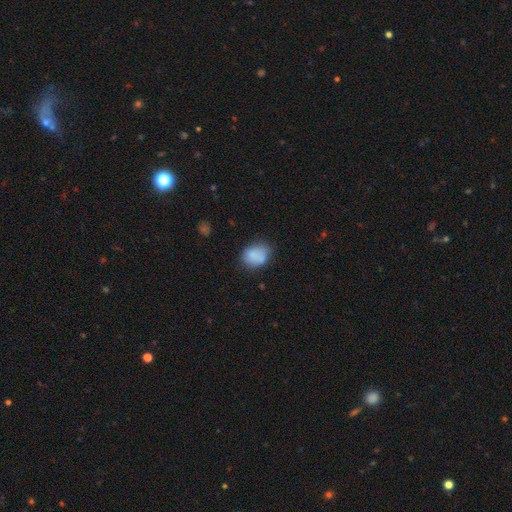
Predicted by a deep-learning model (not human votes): A smooth galaxy with no disk features (82%) that is in between round and cigar-shaped (59%).

Vote fractions:
- Smooth or featured? smooth: 82% / featured or disk: 10% / star or artifact: 9%
- How rounded? in between: 59% / round: 40% / cigar-shaped: 1%
- Merging? none: 64% / minor disturbance: 24% / merger: 6% / major disturbance: 6%